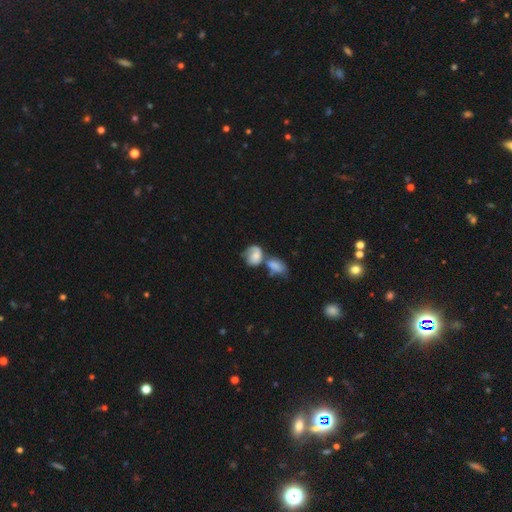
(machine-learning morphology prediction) smooth_or_featured: smooth (p=0.58) [alt: featured or disk p=0.35]
how_rounded: in between (p=0.60) [alt: round p=0.38]
merging: merger (p=0.54) [alt: none p=0.21]